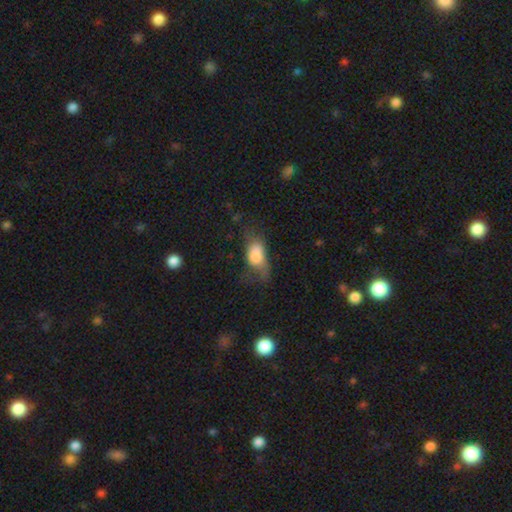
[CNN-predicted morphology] This is likely a smooth galaxy (70%). How rounded: clearly in between (84%). Merging: marginally major disturbance (40%).